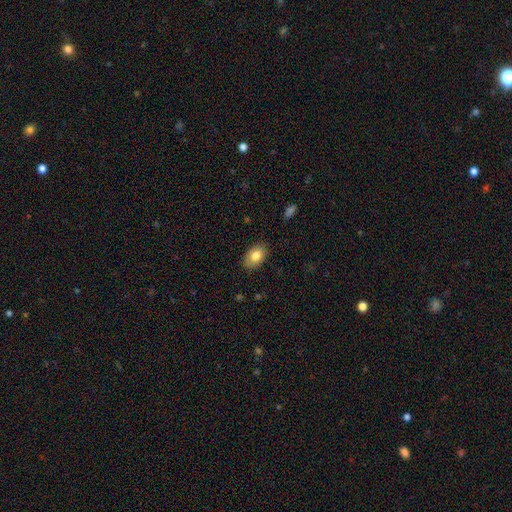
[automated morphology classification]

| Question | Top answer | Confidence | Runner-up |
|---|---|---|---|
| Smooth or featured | smooth | 81% | featured or disk (12%) |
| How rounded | in between | 88% | round (11%) |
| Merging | none | 85% | minor disturbance (12%) |